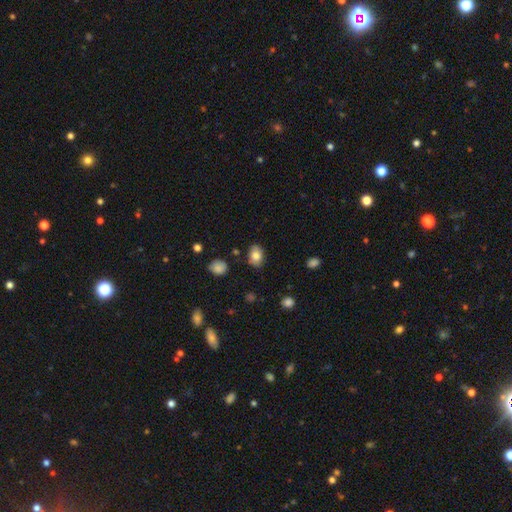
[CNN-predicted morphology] smooth-or-featured: smooth: 82% | featured or disk: 9% | star or artifact: 9%
  how-rounded: in between: 78% | round: 21% | cigar-shaped: 1%
  merging: none: 82% | minor disturbance: 13% | major disturbance: 3% | merger: 2%